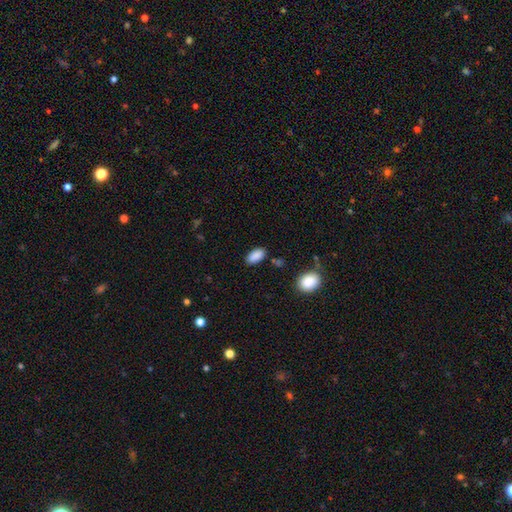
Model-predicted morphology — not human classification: This is clearly a smooth galaxy (88%). How rounded: clearly in between (91%). Merging: clearly none (82%).